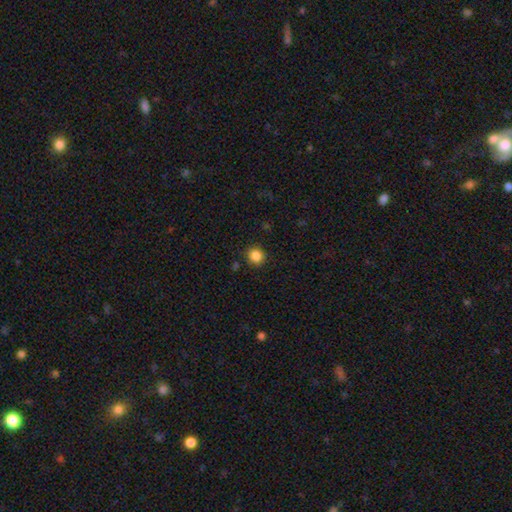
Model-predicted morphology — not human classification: A smooth galaxy with no disk features (86%) that is round (91%).

Vote fractions:
- Smooth or featured? smooth: 86% / star or artifact: 11% / featured or disk: 4%
- How rounded? round: 91% / in between: 8% / cigar-shaped: 1%
- Merging? none: 89% / minor disturbance: 7% / major disturbance: 2% / merger: 2%